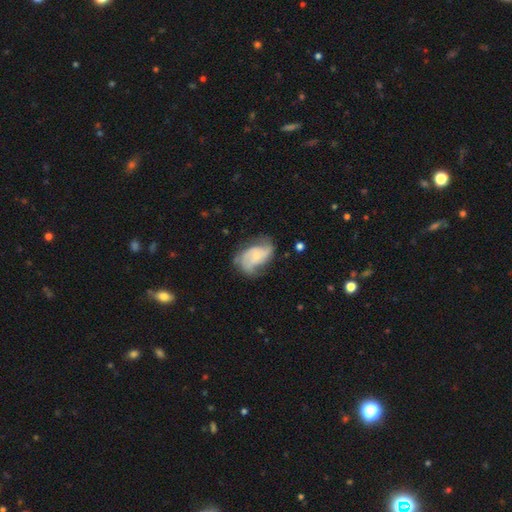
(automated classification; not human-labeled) Overall: featured or disk (73%). Edge-on disk: no (97%). Bar: no (68%). Spiral arms: yes (90%). Spiral arm count: 2 (58%). Spiral winding: medium (44%; loose 33%). Bulge size: small (66%; moderate 27%). Merging: none (55%; minor disturbance 27%).